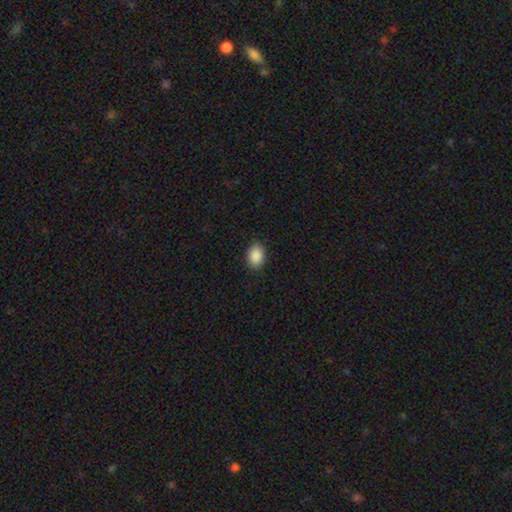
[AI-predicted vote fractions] This appears to be a smooth galaxy with no disk features (89%) that is in between round and cigar-shaped (79%). Merging: none (89%).